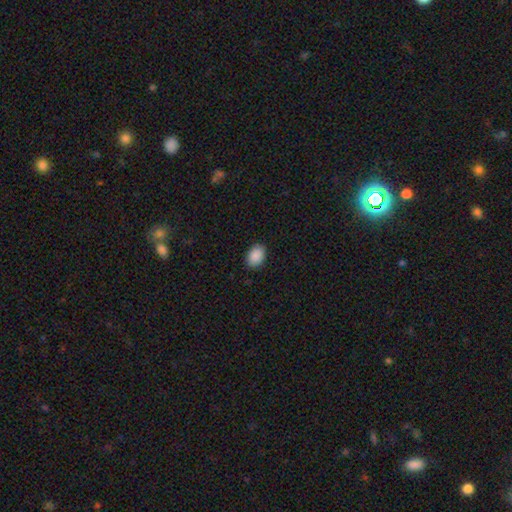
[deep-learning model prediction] The model was most divided on "how rounded": in between: 86%, round: 13%, cigar-shaped: 1%. More confident: smooth or featured — smooth (90%); merging — none (89%).